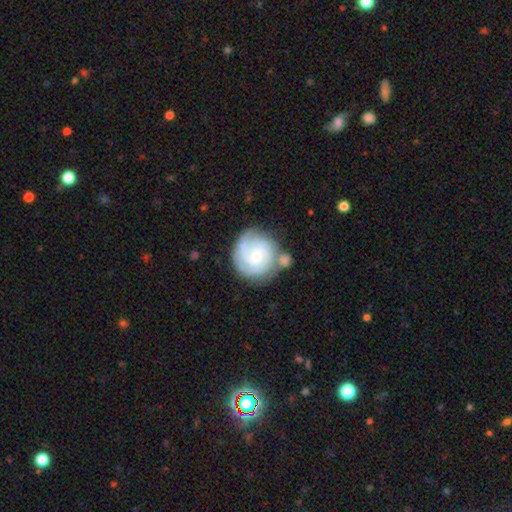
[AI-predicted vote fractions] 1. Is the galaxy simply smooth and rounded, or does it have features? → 79% featured or disk, 15% smooth, 5% star or artifact.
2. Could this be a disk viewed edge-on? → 98% no, 2% yes.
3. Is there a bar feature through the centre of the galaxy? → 68% no, 28% weak, 4% strong.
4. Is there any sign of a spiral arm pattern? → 96% yes, 4% no.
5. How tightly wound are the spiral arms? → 71% tight, 24% medium, 5% loose.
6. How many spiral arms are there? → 38% 3, 21% can't tell, 21% 2, 11% 4, 5% 1, 4% more than 4.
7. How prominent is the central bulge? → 64% small, 31% moderate, 2% none, 2% large, 1% dominant.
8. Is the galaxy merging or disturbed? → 64% none, 16% minor disturbance, 13% merger, 6% major disturbance.